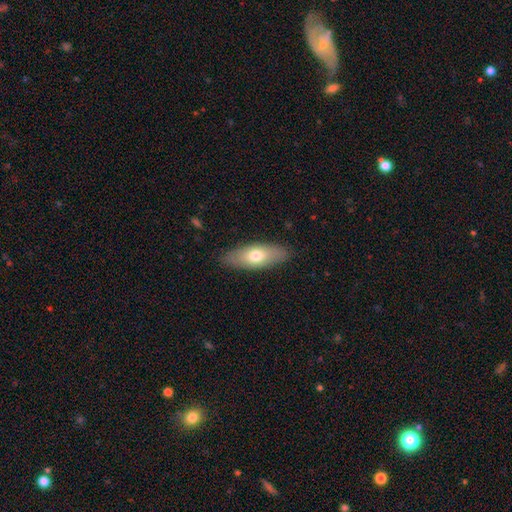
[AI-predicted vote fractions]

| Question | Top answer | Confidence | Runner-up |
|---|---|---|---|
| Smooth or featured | smooth | 69% | featured or disk (25%) |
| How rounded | in between | 78% | cigar-shaped (20%) |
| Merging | none | 86% | minor disturbance (11%) |